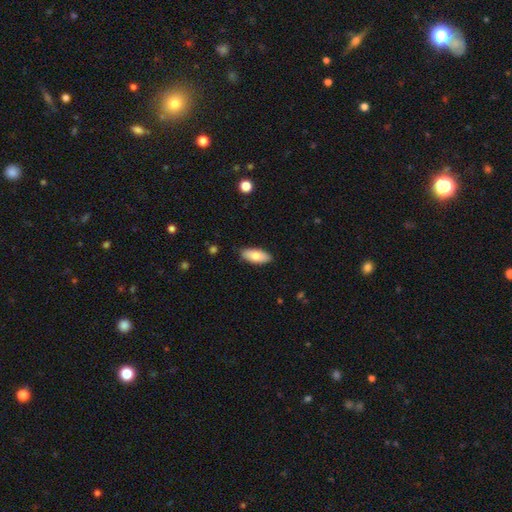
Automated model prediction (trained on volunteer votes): Smooth or featured: smooth — 79% (featured or disk — 15%)
How rounded: in between — 83% (cigar-shaped — 14%)
Merging: none — 88% (minor disturbance — 10%)